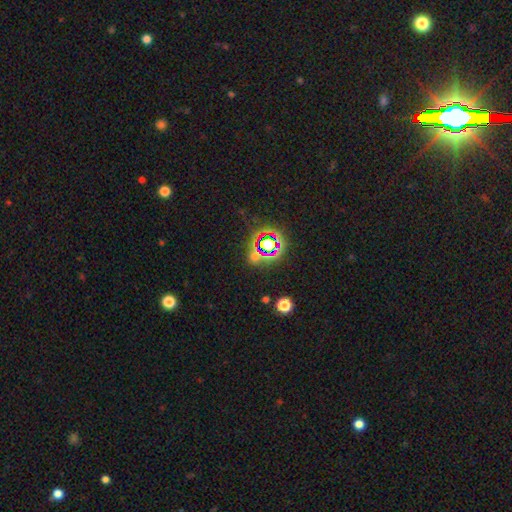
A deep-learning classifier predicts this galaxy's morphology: A star or artifact, not a galaxy (56%).

Vote fractions:
- Smooth or featured? star or artifact: 56% / smooth: 33% / featured or disk: 11%